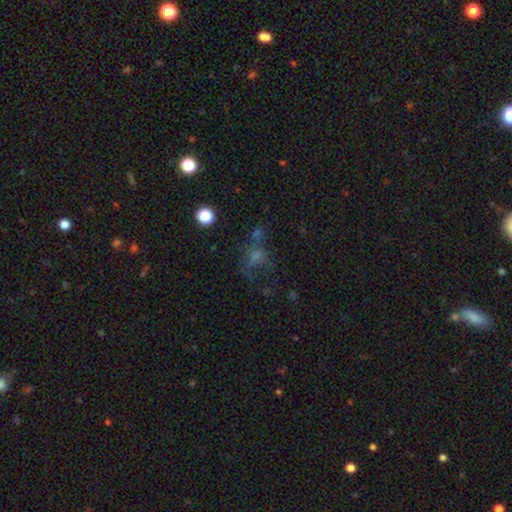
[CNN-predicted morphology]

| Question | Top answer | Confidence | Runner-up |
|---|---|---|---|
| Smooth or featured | smooth | 50% | star or artifact (29%) |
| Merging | none | 44% | major disturbance (25%) |